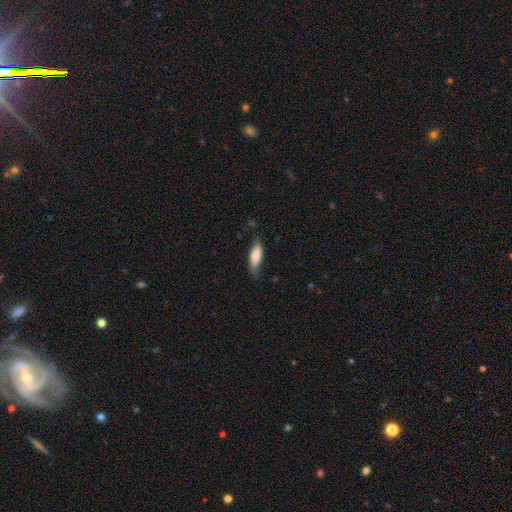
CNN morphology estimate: A smooth galaxy with no disk features (75%) that is in between round and cigar-shaped (62%). Merging: none (64%).